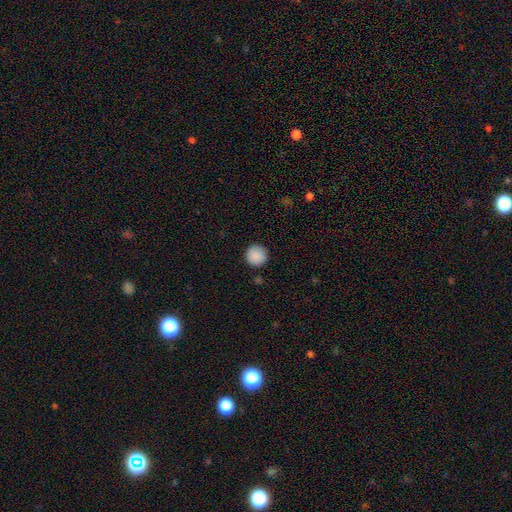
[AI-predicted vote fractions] A smooth galaxy with no disk features (89%) that is round (95%). Merging: none (89%).